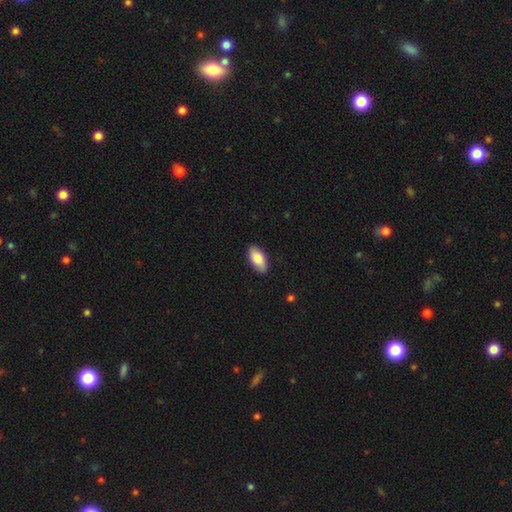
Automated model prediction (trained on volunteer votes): Smooth or featured?
  - smooth: 87% *
  - featured or disk: 8%
  - star or artifact: 6%
How rounded?
  - in between: 93% *
  - cigar-shaped: 5%
  - round: 2%
Merging?
  - none: 87% *
  - minor disturbance: 10%
  - major disturbance: 2%
  - merger: 1%